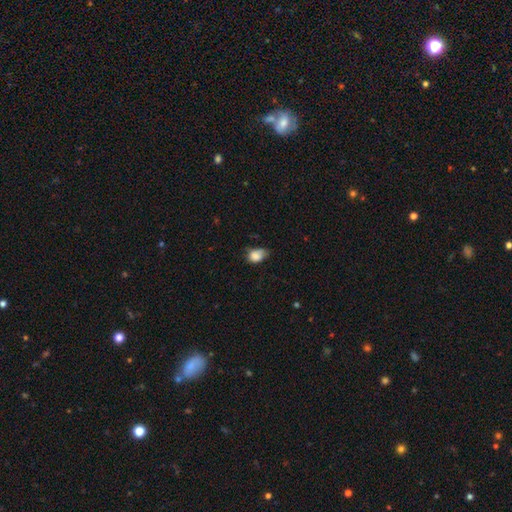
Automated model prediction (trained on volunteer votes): Morphology: type=smooth (81%); roundness=in between (75%); merging=minor disturbance (44%).